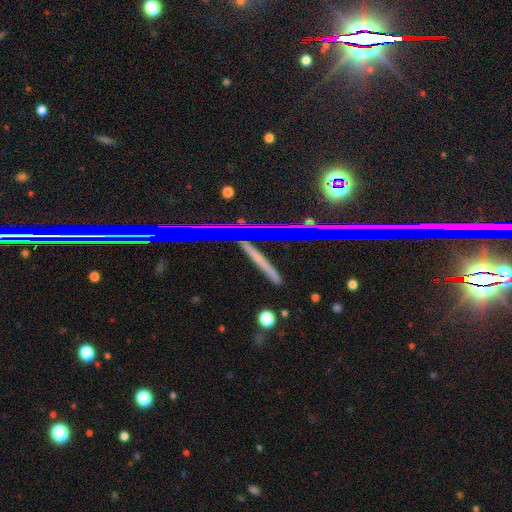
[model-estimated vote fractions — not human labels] Overall: star or artifact (64%).